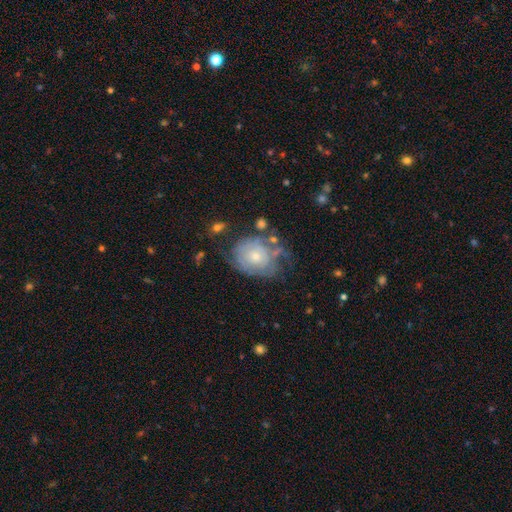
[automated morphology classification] smooth_or_featured: featured or disk (p=0.59) [alt: smooth p=0.34]
disk_edge_on: no (p=0.97) [alt: yes p=0.03]
bar: no (p=0.85) [alt: weak p=0.13]
has_spiral_arms: yes (p=0.64) [alt: no p=0.36]
bulge_size: small (p=0.62) [alt: moderate p=0.33]
merging: none (p=0.45) [alt: minor disturbance p=0.28]